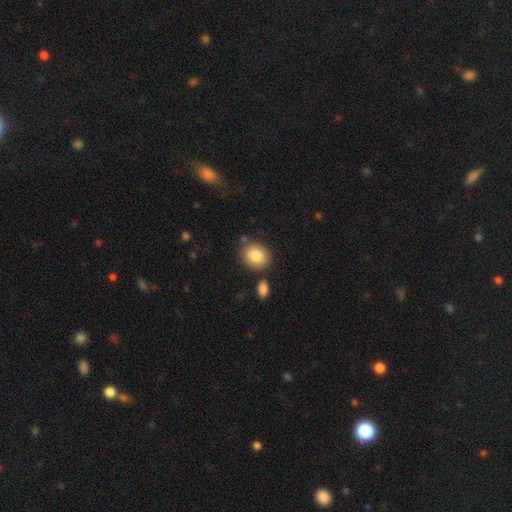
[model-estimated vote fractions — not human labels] The model was most divided on "how rounded": round: 58%, in between: 41%, cigar-shaped: 1%. More confident: smooth or featured — smooth (84%); merging — none (76%).